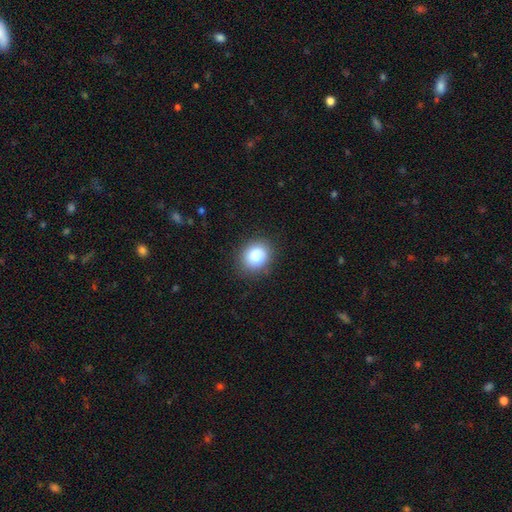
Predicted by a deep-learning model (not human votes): This is clearly a smooth galaxy (84%). How rounded: likely round (62%). Merging: clearly none (84%).